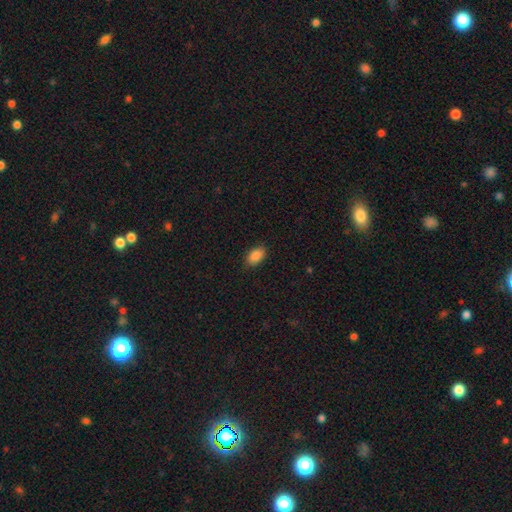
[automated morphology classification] The model was most divided on "merging": none: 87%, minor disturbance: 10%, major disturbance: 2%, merger: 1%. More confident: how rounded — in between (92%); smooth or featured — smooth (88%).